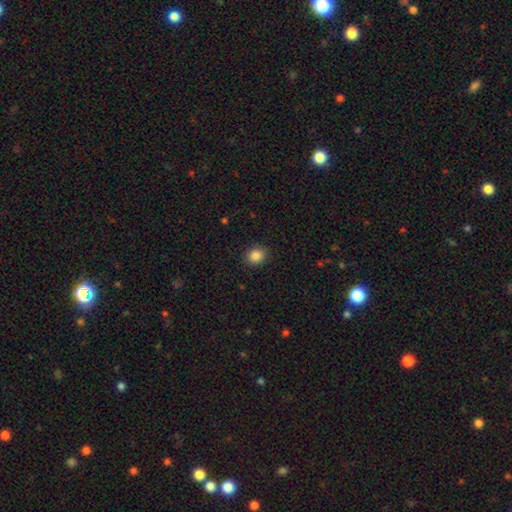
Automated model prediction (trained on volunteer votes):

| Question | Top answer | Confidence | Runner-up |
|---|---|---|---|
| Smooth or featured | smooth | 86% | star or artifact (10%) |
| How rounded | round | 69% | in between (31%) |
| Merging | none | 89% | minor disturbance (7%) |